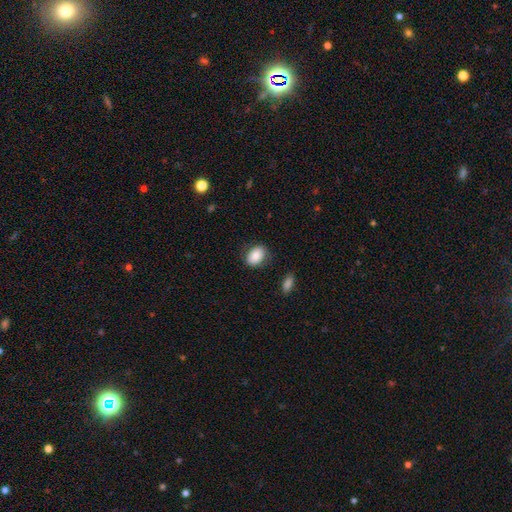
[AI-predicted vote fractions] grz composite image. It shows a smooth galaxy with no disk features (82%) that is in between round and cigar-shaped (74%). Merging: none (79%).